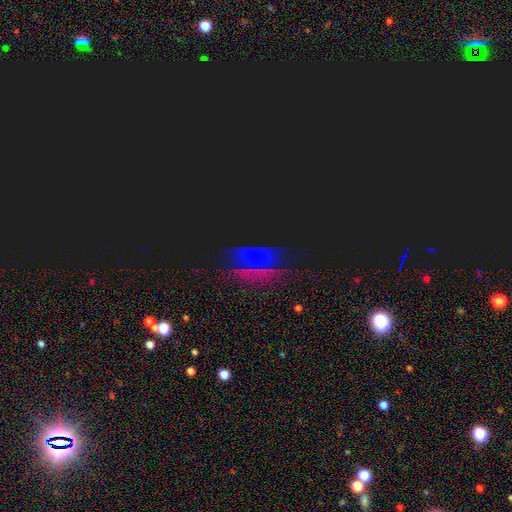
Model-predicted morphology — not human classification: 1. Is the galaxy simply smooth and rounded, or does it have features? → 57% star or artifact, 26% smooth, 17% featured or disk.